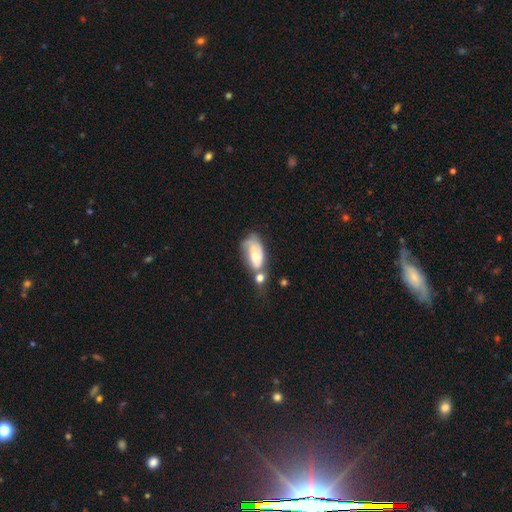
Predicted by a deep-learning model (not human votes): smooth_or_featured: smooth (p=0.53) [alt: featured or disk p=0.40]
how_rounded: in between (p=0.86) [alt: cigar-shaped p=0.10]
merging: merger (p=0.37) [alt: none p=0.24]